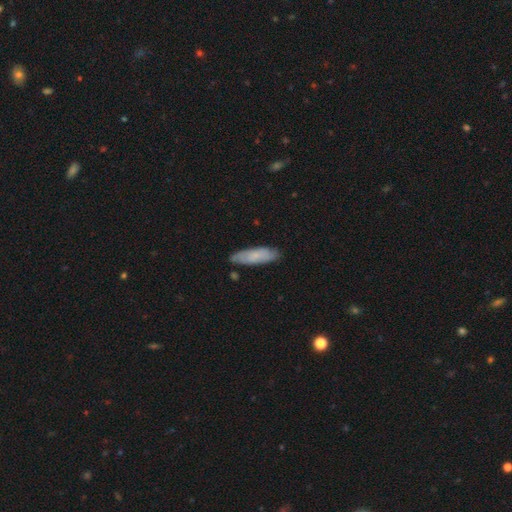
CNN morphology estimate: This is likely a smooth galaxy (70%). How rounded: possibly cigar-shaped (59%). Merging: clearly none (81%).